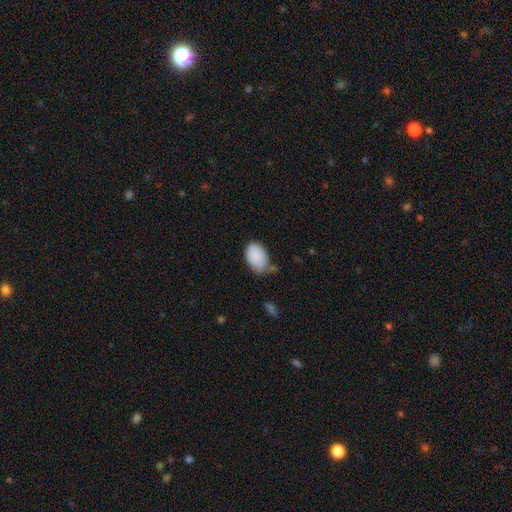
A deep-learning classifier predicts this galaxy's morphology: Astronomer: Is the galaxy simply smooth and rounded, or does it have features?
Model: smooth — 87%.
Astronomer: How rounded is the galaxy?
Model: in between — 87%.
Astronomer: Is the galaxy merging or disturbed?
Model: none — 44% (runner-up: minor disturbance, 39%).